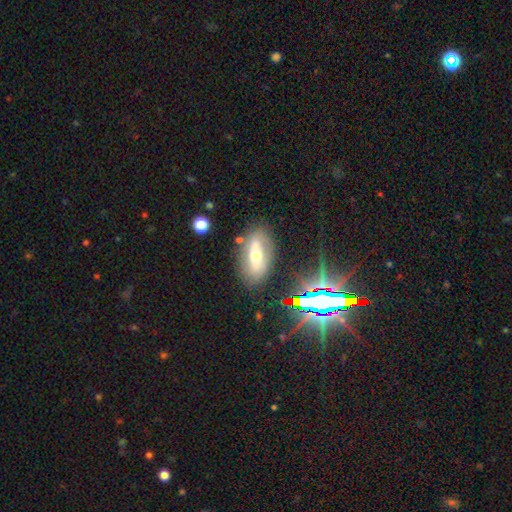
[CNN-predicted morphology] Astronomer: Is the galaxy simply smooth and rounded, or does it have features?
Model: featured or disk — 47% (runner-up: smooth, 38%).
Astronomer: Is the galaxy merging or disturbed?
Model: none — 78%.